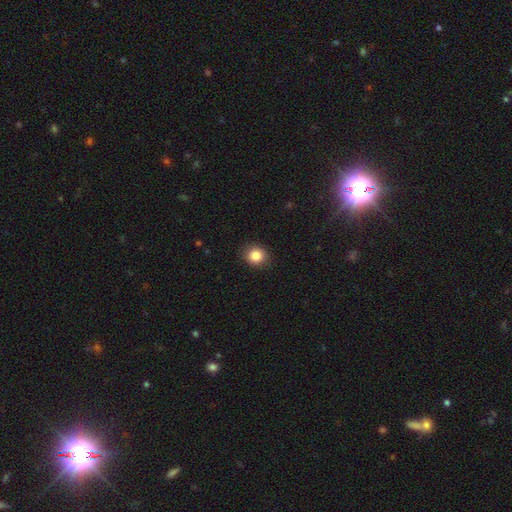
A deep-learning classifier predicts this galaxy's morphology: smooth_or_featured: smooth (p=0.85) [alt: star or artifact p=0.10]
how_rounded: round (p=0.79) [alt: in between p=0.20]
merging: none (p=0.89) [alt: minor disturbance p=0.08]